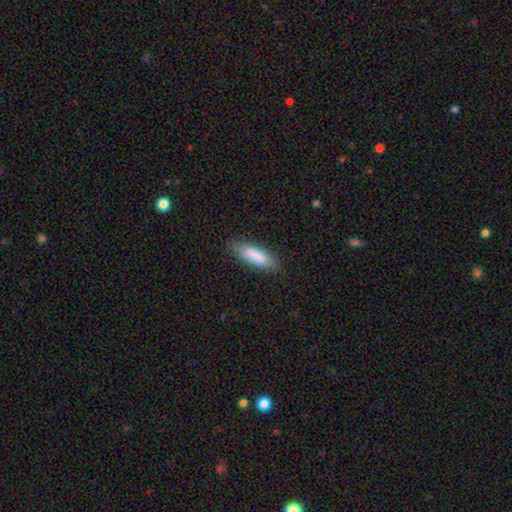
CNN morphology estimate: Overall: smooth (84%). How rounded: in between (50%; cigar-shaped 49%). Merging: none (81%).